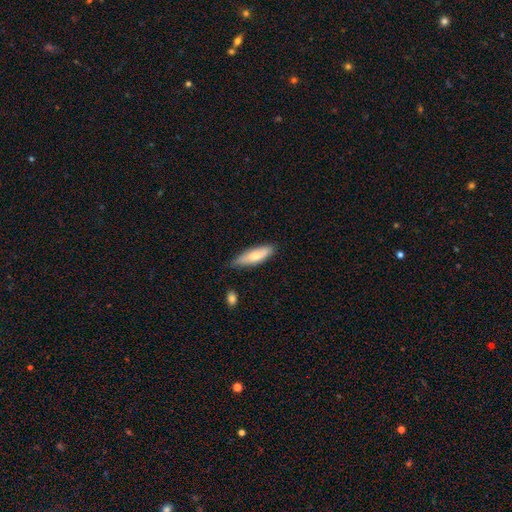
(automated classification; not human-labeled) Smooth or featured? smooth (73%)
How rounded? cigar-shaped (54%)
Merging? none (72%)